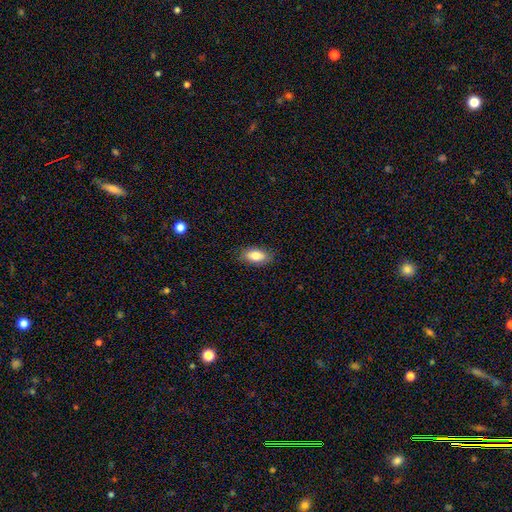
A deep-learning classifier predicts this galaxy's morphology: smooth-or-featured: smooth: 82% | featured or disk: 11% | star or artifact: 7%
  how-rounded: in between: 90% | cigar-shaped: 6% | round: 4%
  merging: none: 85% | minor disturbance: 12% | major disturbance: 3% | merger: 1%